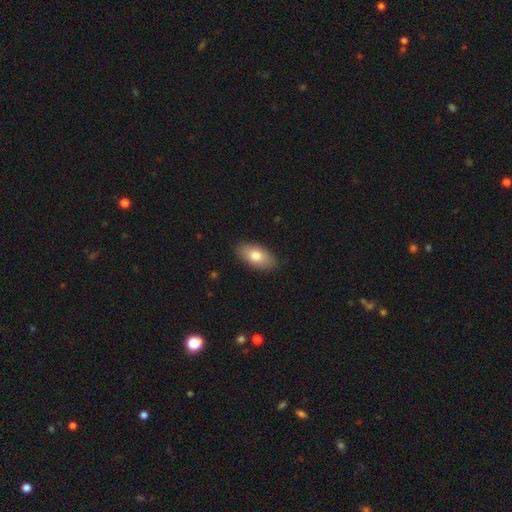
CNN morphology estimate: Q: Smooth or featured?
A: smooth (77%); runner-up: featured or disk (16%)
Q: How rounded?
A: in between (92%); runner-up: cigar-shaped (4%)
Q: Merging?
A: none (88%); runner-up: minor disturbance (9%)